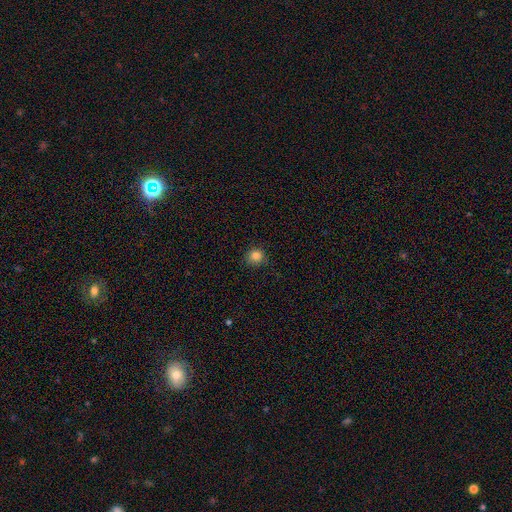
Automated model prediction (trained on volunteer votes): A smooth galaxy with no disk features (84%) that is round (90%). Merging: none (84%).